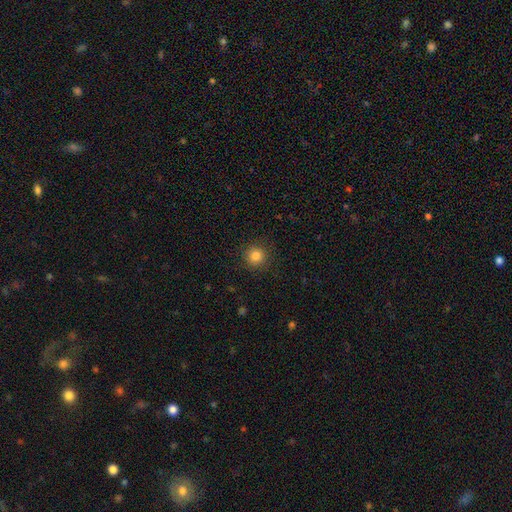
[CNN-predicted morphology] Smooth or featured?
  - smooth: 83% *
  - star or artifact: 12%
  - featured or disk: 5%
How rounded?
  - round: 94% *
  - in between: 5%
  - cigar-shaped: 1%
Merging?
  - none: 91% *
  - minor disturbance: 6%
  - major disturbance: 2%
  - merger: 1%